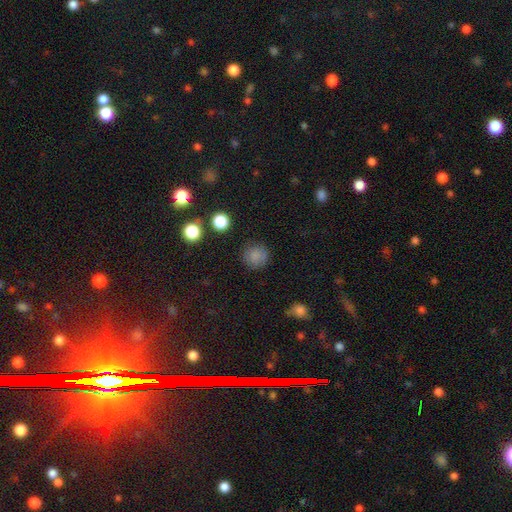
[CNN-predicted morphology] Q: Smooth or featured?
A: smooth (83%); runner-up: star or artifact (12%)
Q: How rounded?
A: round (92%); runner-up: in between (7%)
Q: Merging?
A: none (85%); runner-up: minor disturbance (10%)